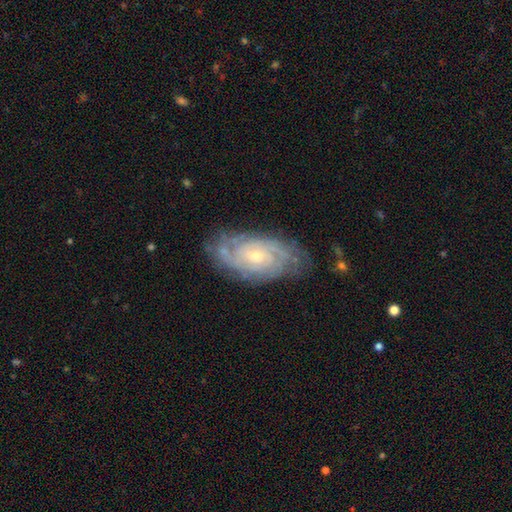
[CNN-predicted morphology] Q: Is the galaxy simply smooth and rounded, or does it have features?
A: featured or disk — 84%.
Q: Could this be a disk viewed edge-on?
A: no — 95%.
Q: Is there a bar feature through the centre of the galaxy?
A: no — 67%.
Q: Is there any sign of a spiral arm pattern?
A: yes — 95%.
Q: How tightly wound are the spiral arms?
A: tight — 74%.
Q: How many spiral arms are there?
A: can't tell — 38%.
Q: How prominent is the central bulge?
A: small — 56%.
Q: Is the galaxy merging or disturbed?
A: none — 74%.